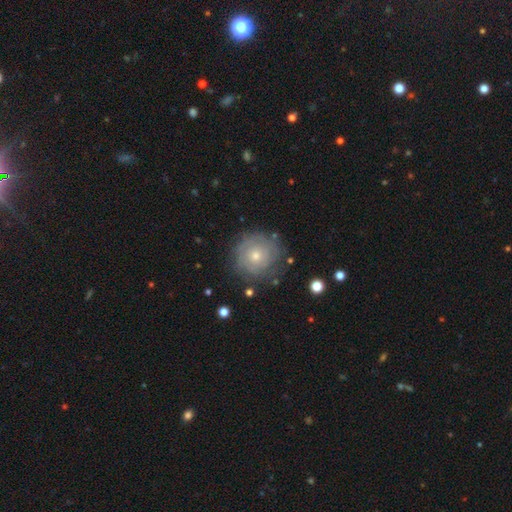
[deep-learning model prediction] The model was most divided on "smooth or featured": featured or disk: 52%, smooth: 38%, star or artifact: 11%. More confident: edge-on disk — no (97%); bar — no (88%); merging — none (79%); spiral arms — yes (72%); bulge size — small (59%).